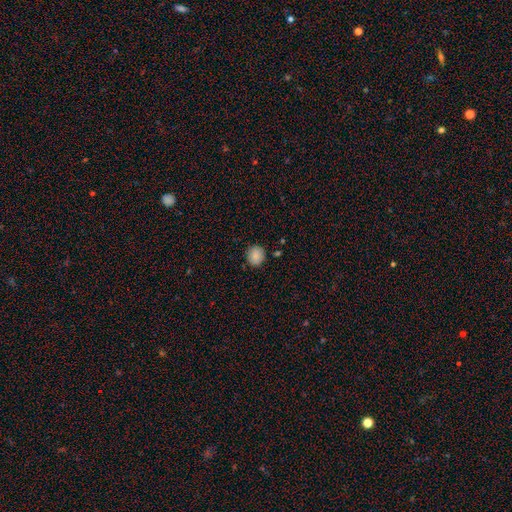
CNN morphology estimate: A smooth galaxy with no disk features (87%) that is round (86%).

Vote fractions:
- Smooth or featured? smooth: 87% / star or artifact: 8% / featured or disk: 4%
- How rounded? round: 86% / in between: 13% / cigar-shaped: 1%
- Merging? none: 87% / minor disturbance: 9% / major disturbance: 2% / merger: 2%